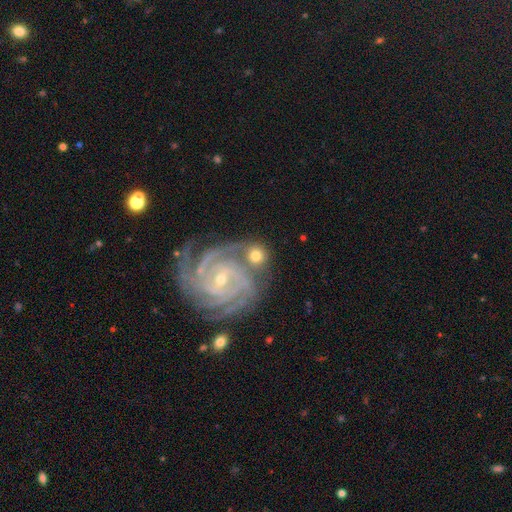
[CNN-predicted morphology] This appears to be a featured or disk galaxy (58%) with no bar (45%), 3 (36%) tight (68%) spiral arms (94%) and a small central bulge (51%). Merging: none (60%).